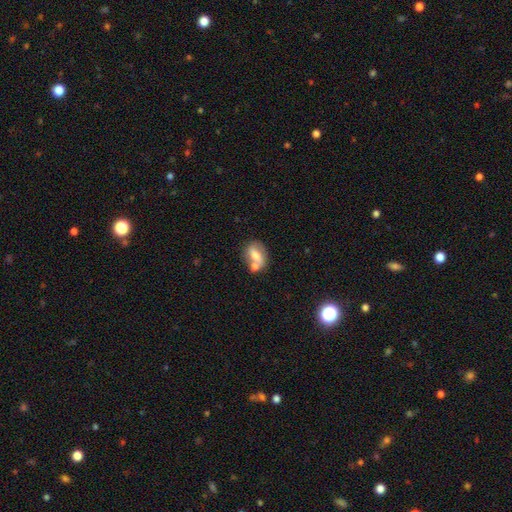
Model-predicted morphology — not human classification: A smooth galaxy with no disk features (58%) that is in between round and cigar-shaped (65%). Merging: none (44%).